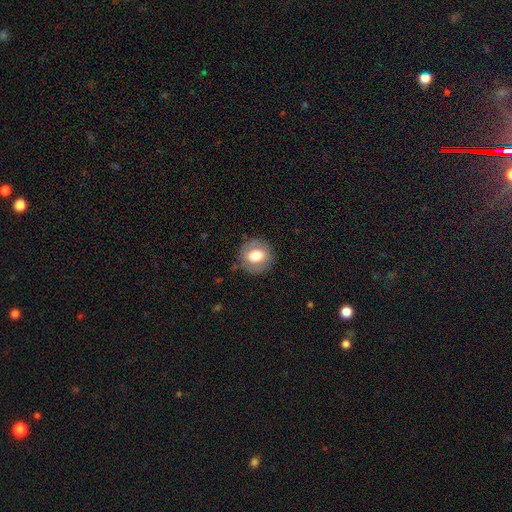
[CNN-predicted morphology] smooth-or-featured: smooth: 68% | featured or disk: 25% | star or artifact: 8%
  how-rounded: round: 83% | in between: 16% | cigar-shaped: 1%
  merging: none: 84% | minor disturbance: 11% | major disturbance: 4% | merger: 1%